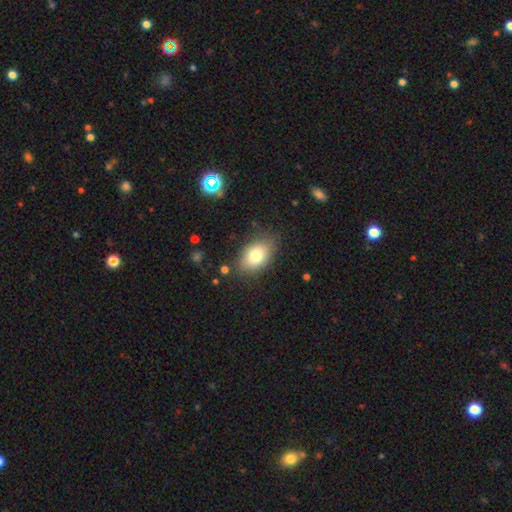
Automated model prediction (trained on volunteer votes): Smooth or featured: smooth — 77% (featured or disk — 14%)
How rounded: in between — 87% (round — 11%)
Merging: none — 82% (minor disturbance — 13%)